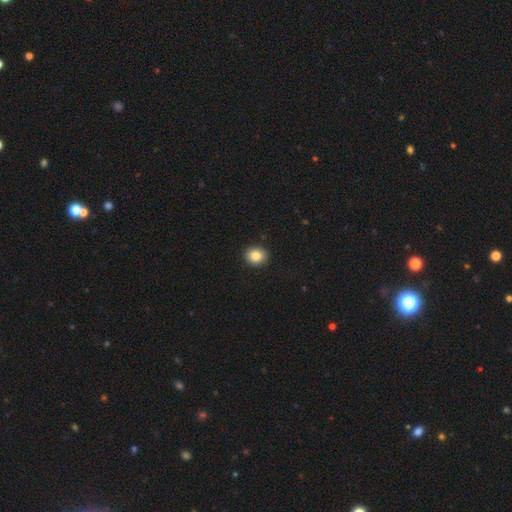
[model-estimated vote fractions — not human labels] Smooth or featured? smooth (85%)
How rounded? round (71%)
Merging? none (92%)